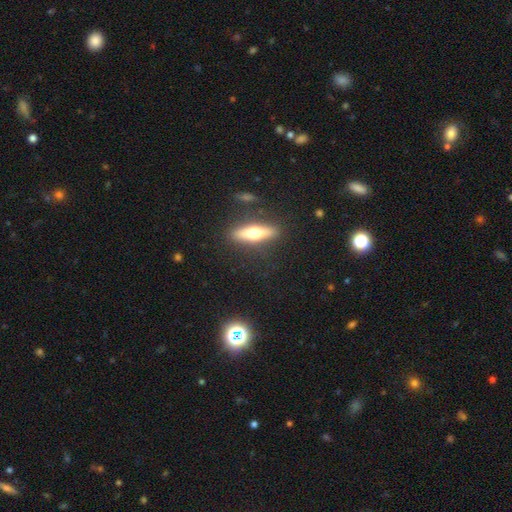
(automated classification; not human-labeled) A featured or disk galaxy (55%) viewed edge-on (90%). Merging: none (85%).